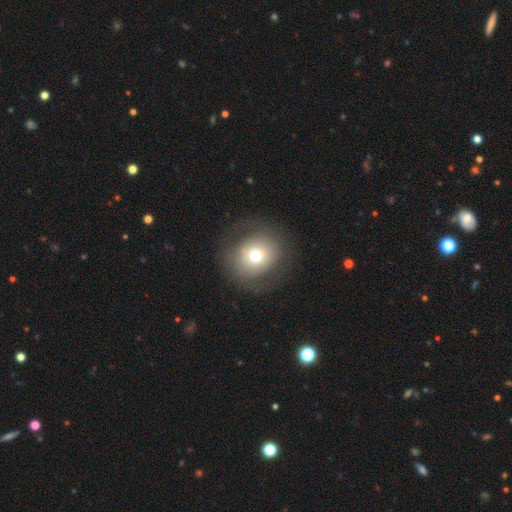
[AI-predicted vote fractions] Smooth or featured? Predicted: smooth (p=0.63). How rounded? Predicted: round (p=0.82). Merging? Predicted: none (p=0.75).